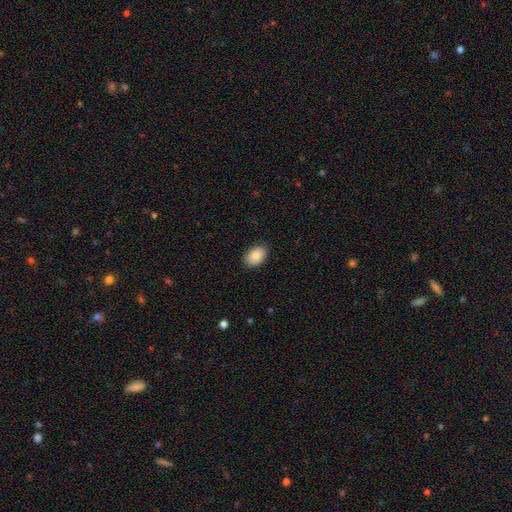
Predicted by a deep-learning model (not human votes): Smooth or featured: smooth — 86% (featured or disk — 7%)
How rounded: in between — 85% (round — 14%)
Merging: none — 87% (minor disturbance — 10%)